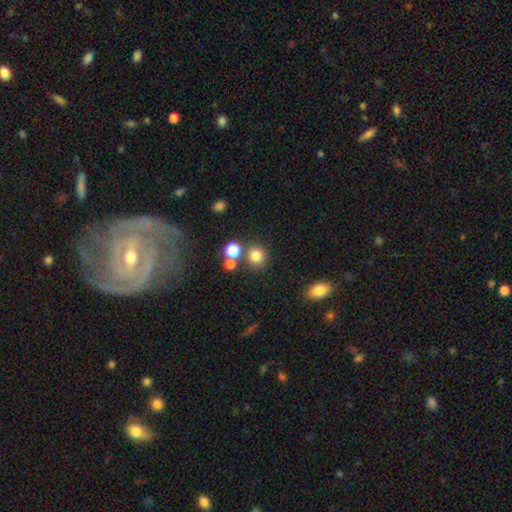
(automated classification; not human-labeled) This appears to be a smooth galaxy with no disk features (79%) that is round (90%). Merging: none (74%).